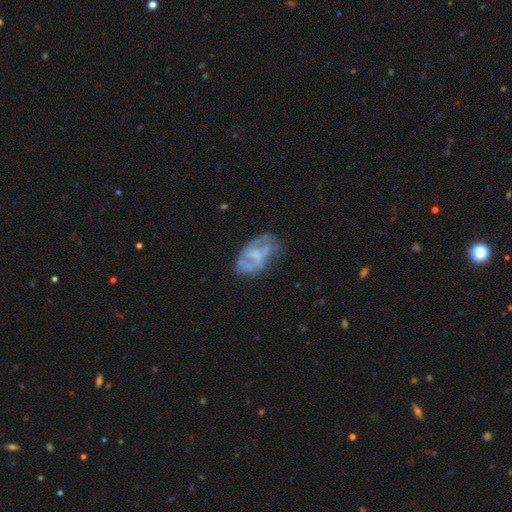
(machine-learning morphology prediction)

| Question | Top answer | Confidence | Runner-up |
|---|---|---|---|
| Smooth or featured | featured or disk | 62% | smooth (29%) |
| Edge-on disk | no | 96% | yes (4%) |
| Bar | no | 68% | weak (26%) |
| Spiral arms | no | 68% | yes (32%) |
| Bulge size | none | 37% | moderate (29%) |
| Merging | none | 51% | minor disturbance (25%) |